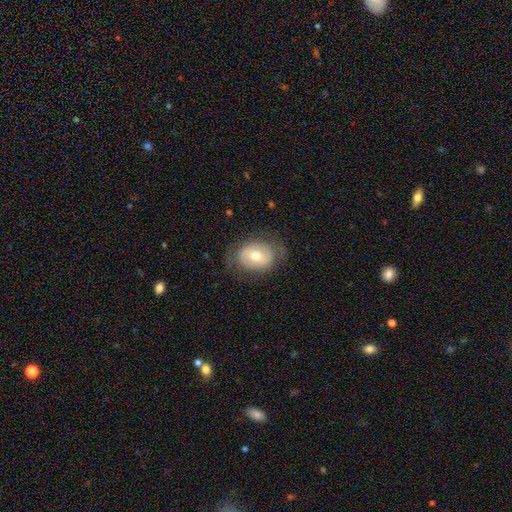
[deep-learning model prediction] Smooth or featured?
  - smooth: 52% *
  - featured or disk: 40%
  - star or artifact: 8%
How rounded?
  - in between: 64% *
  - round: 35%
  - cigar-shaped: 1%
Merging?
  - none: 73% *
  - minor disturbance: 18%
  - major disturbance: 8%
  - merger: 1%